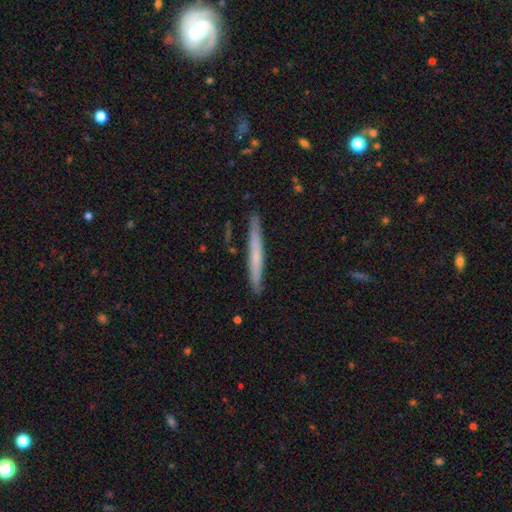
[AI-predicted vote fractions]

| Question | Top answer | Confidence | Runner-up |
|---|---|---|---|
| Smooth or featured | smooth | 52% | featured or disk (42%) |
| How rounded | cigar-shaped | 97% | in between (2%) |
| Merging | none | 90% | minor disturbance (7%) |